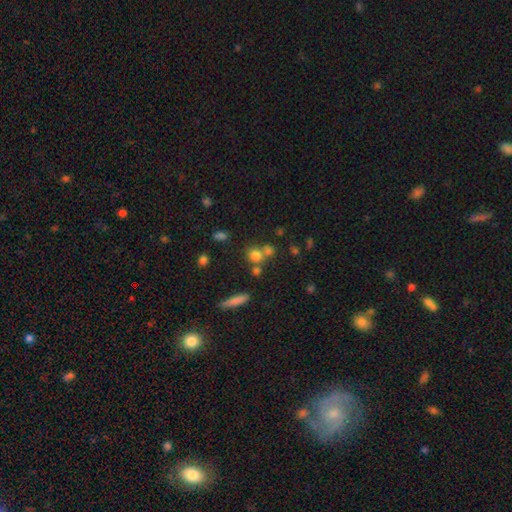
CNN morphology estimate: The model was most divided on "merging": none: 48%, merger: 39%, minor disturbance: 9%, major disturbance: 4%. More confident: how rounded — round (79%); smooth or featured — smooth (72%).